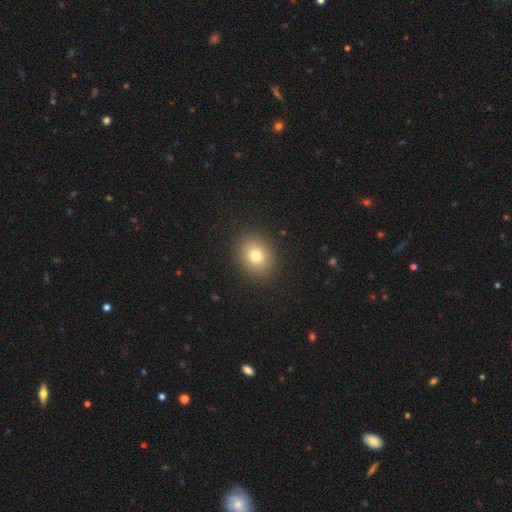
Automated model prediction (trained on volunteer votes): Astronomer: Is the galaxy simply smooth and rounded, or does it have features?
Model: smooth — 76%.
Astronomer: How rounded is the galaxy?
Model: round — 63%.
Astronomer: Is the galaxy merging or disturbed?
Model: none — 90%.